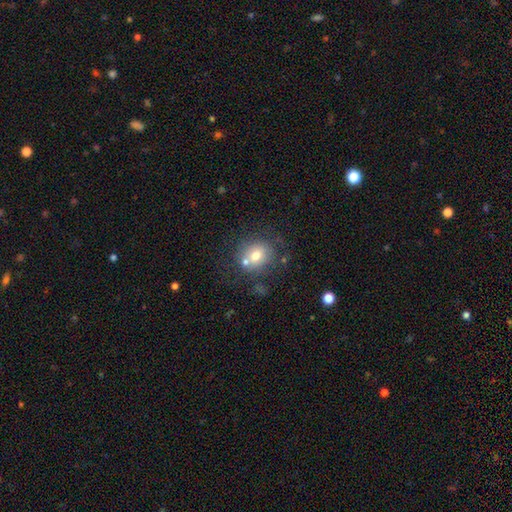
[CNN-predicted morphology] This appears to be a smooth galaxy with no disk features (69%) that is round (73%). Merging: none (59%).